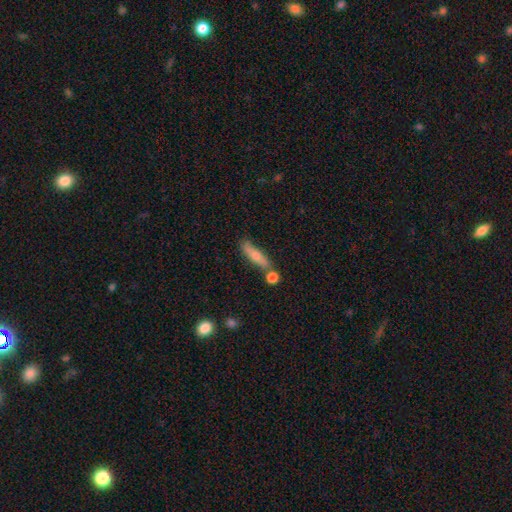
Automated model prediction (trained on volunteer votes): This appears to be a smooth galaxy with no disk features (67%) that is cigar-shaped (74%). Merging: none (61%).